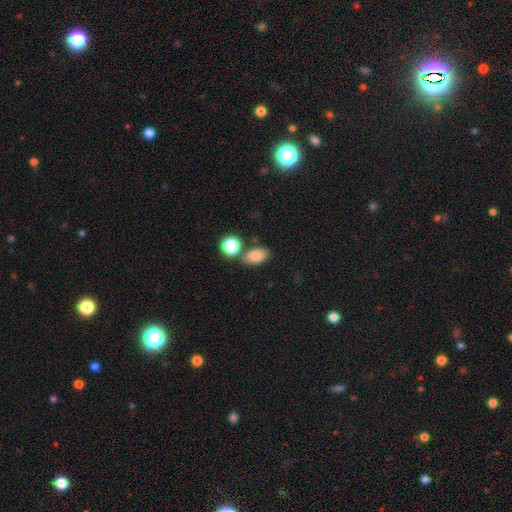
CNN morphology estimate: smooth-or-featured: smooth: 83% | star or artifact: 10% | featured or disk: 7%
  how-rounded: in between: 85% | round: 13% | cigar-shaped: 2%
  merging: none: 65% | merger: 18% | minor disturbance: 13% | major disturbance: 4%